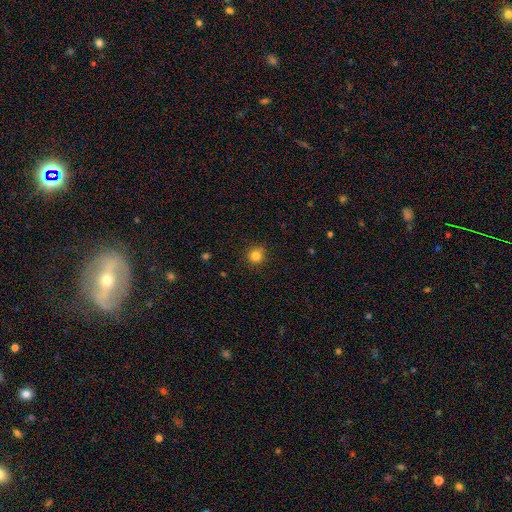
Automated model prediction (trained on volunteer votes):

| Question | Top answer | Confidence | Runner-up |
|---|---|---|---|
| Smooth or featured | smooth | 83% | star or artifact (12%) |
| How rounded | round | 94% | in between (5%) |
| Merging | none | 89% | minor disturbance (8%) |